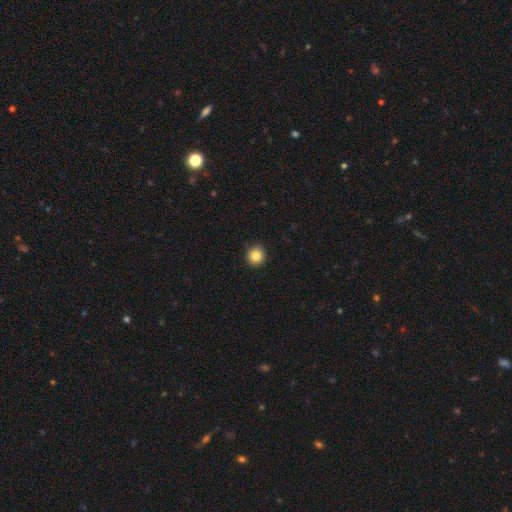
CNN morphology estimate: A smooth galaxy with no disk features (85%) that is round (88%).

Vote fractions:
- Smooth or featured? smooth: 85% / star or artifact: 10% / featured or disk: 5%
- How rounded? round: 88% / in between: 11% / cigar-shaped: 1%
- Merging? none: 90% / minor disturbance: 8% / major disturbance: 2% / merger: 1%